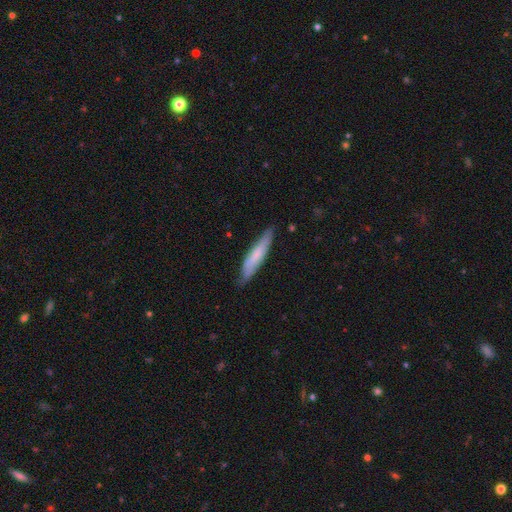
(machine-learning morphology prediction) This appears to be a smooth galaxy with no disk features (59%) that is cigar-shaped (88%). Merging: none (80%).